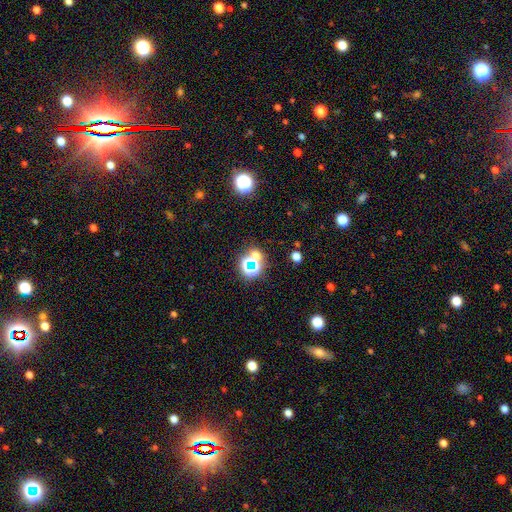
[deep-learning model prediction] This appears to be a star or artifact, not a galaxy (58%).